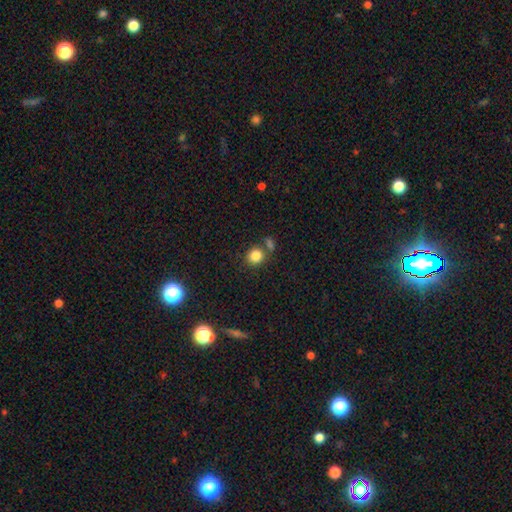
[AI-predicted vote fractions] Smooth or featured? smooth (84%)
How rounded? round (83%)
Merging? none (68%)